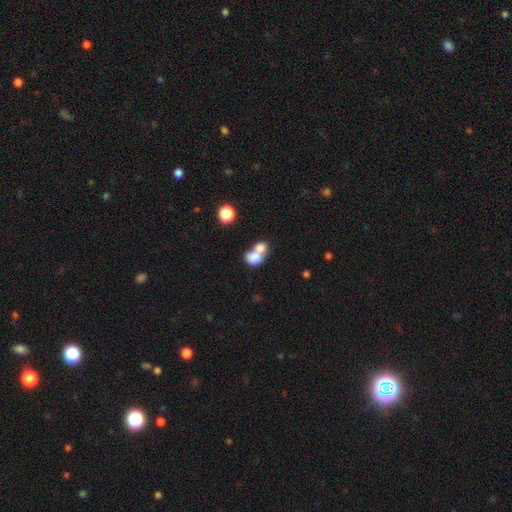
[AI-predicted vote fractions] Q: Smooth or featured?
A: smooth (75%); runner-up: featured or disk (16%)
Q: How rounded?
A: round (50%); runner-up: in between (48%)
Q: Merging?
A: merger (73%); runner-up: none (18%)